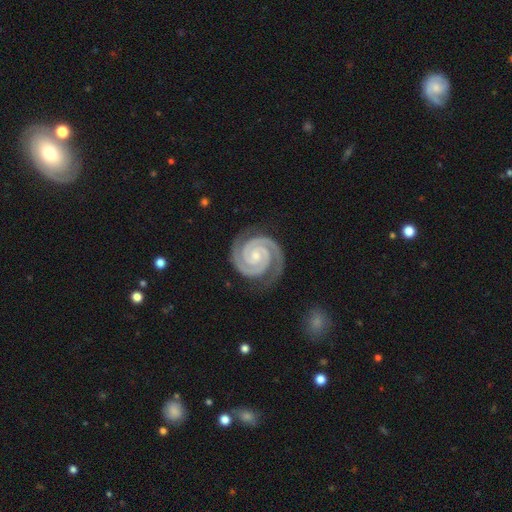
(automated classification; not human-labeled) Q: Smooth or featured?
A: featured or disk (95%); runner-up: star or artifact (3%)
Q: Edge-on disk?
A: no (98%); runner-up: yes (2%)
Q: Bar?
A: no (63%); runner-up: weak (25%)
Q: Spiral arms?
A: yes (99%); runner-up: no (1%)
Q: Spiral winding?
A: tight (84%); runner-up: medium (15%)
Q: Spiral arm count?
A: 2 (93%); runner-up: 3 (3%)
Q: Bulge size?
A: small (60%); runner-up: moderate (32%)
Q: Merging?
A: none (83%); runner-up: minor disturbance (12%)